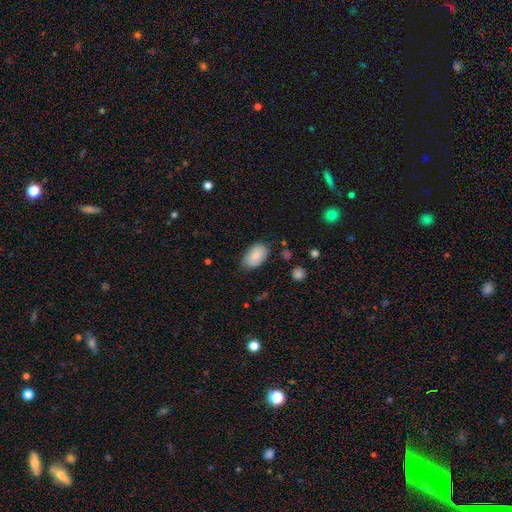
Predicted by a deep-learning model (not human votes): smooth-or-featured: smooth: 80% | featured or disk: 13% | star or artifact: 7%
  how-rounded: in between: 92% | round: 6% | cigar-shaped: 1%
  merging: none: 70% | minor disturbance: 24% | major disturbance: 4% | merger: 2%